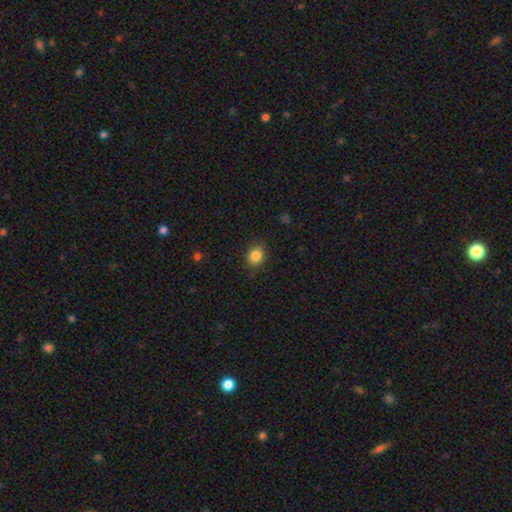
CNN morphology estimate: Smooth or featured? Predicted: smooth (p=0.85). How rounded? Predicted: round (p=0.65). Merging? Predicted: none (p=0.87).